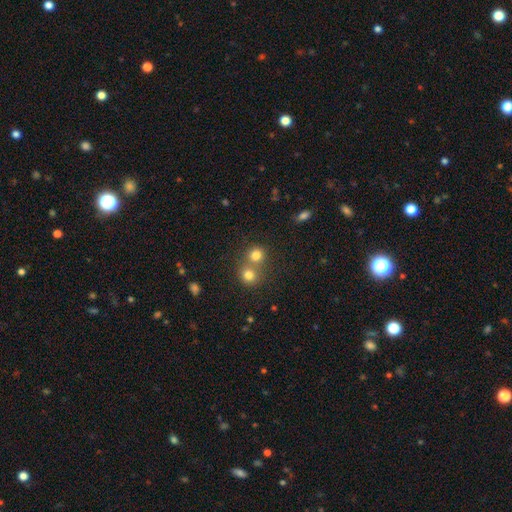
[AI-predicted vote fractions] smooth_or_featured: smooth (p=0.79) [alt: star or artifact p=0.14]
how_rounded: round (p=0.85) [alt: in between p=0.14]
merging: none (p=0.48) [alt: merger p=0.43]